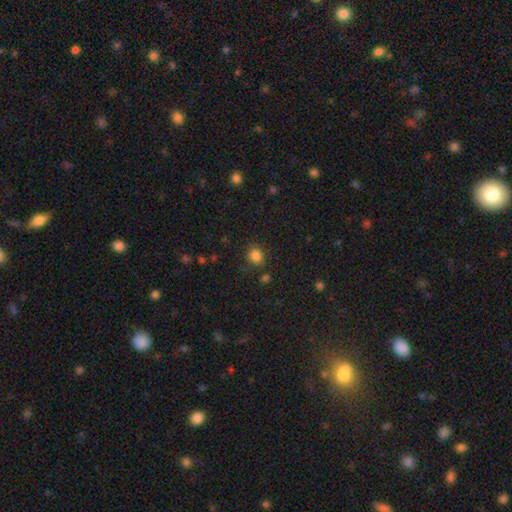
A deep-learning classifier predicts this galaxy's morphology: Q: Smooth or featured?
A: smooth (83%); runner-up: star or artifact (12%)
Q: How rounded?
A: round (69%); runner-up: in between (30%)
Q: Merging?
A: none (83%); runner-up: minor disturbance (10%)